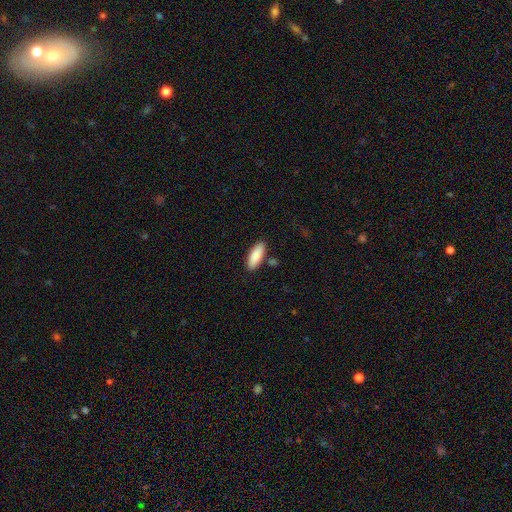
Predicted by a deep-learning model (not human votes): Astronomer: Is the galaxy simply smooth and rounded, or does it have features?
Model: smooth — 88%.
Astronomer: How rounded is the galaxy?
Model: in between — 74%.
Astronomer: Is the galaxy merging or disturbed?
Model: none — 83%.